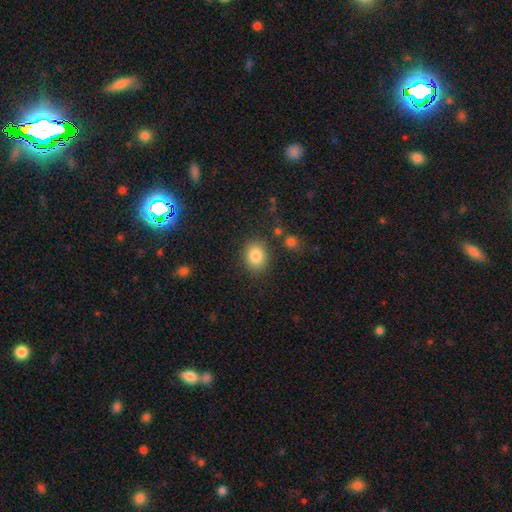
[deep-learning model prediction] This is clearly a smooth galaxy (84%). How rounded: possibly round (56%). Merging: clearly none (82%).